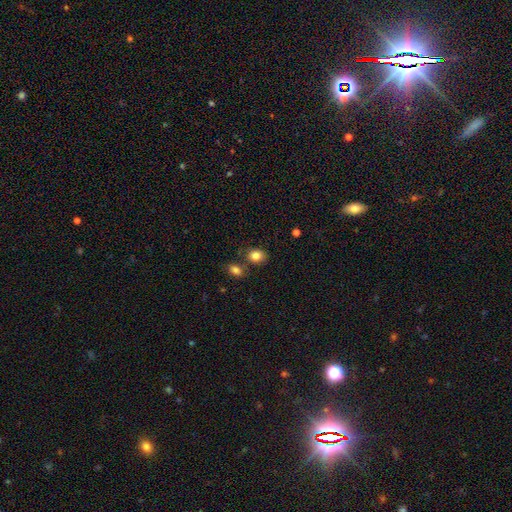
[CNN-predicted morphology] smooth_or_featured: smooth (p=0.84) [alt: star or artifact p=0.09]
how_rounded: in between (p=0.60) [alt: round p=0.39]
merging: none (p=0.69) [alt: merger p=0.14]